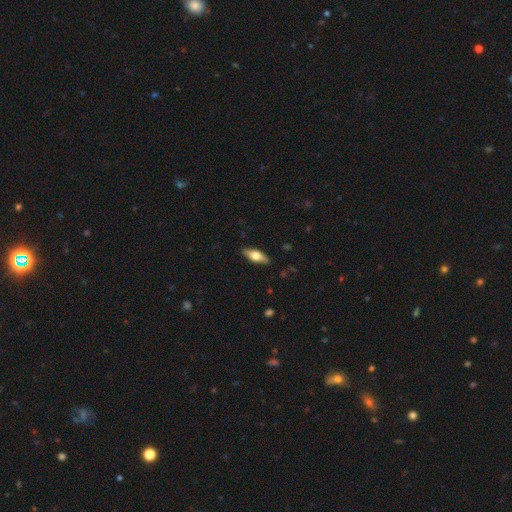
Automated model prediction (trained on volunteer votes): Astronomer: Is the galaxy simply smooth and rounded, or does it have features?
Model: smooth — 60%.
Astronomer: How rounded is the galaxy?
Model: in between — 67%.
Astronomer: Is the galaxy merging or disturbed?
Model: none — 89%.